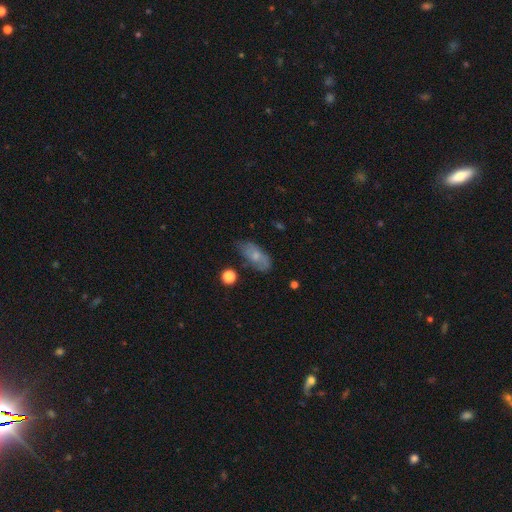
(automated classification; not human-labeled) smooth 61%, featured or disk 32%, star or artifact 8%. Down the decision tree: how rounded — in between (86%); merging — none (60%).